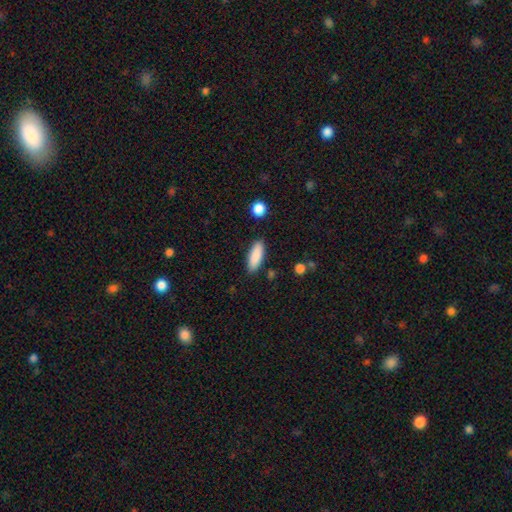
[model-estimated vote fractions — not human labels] Smooth or featured? Predicted: smooth (p=0.87). How rounded? Predicted: in between (p=0.61). Merging? Predicted: none (p=0.85).